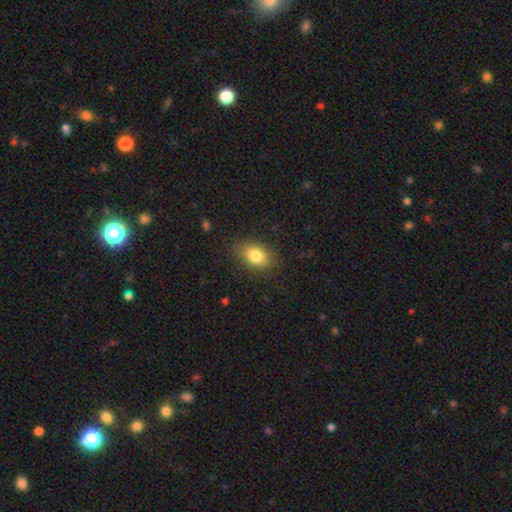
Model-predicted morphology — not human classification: Smooth or featured?
  - smooth: 82% *
  - featured or disk: 9%
  - star or artifact: 9%
How rounded?
  - in between: 81% *
  - round: 17%
  - cigar-shaped: 2%
Merging?
  - none: 84% *
  - minor disturbance: 11%
  - major disturbance: 3%
  - merger: 1%